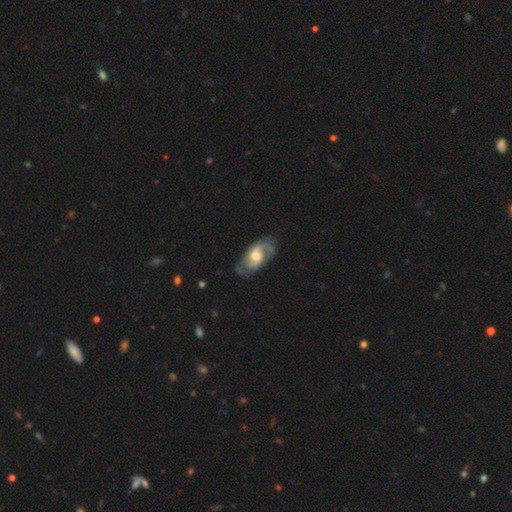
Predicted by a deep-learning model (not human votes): featured or disk 77%, smooth 17%, star or artifact 5%. Down the decision tree: edge-on disk — no (95%); bar — no (47%); spiral arms — yes (92%); spiral arm count — 2 (76%); spiral winding — medium (49%); bulge size — moderate (61%); merging — none (68%).